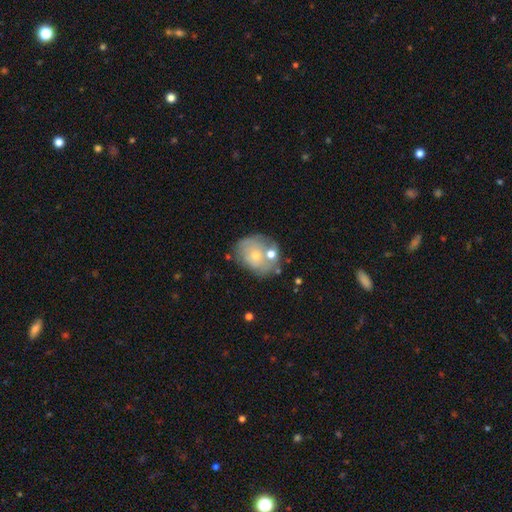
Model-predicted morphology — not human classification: Smooth or featured? smooth (48%)
Merging? none (50%)